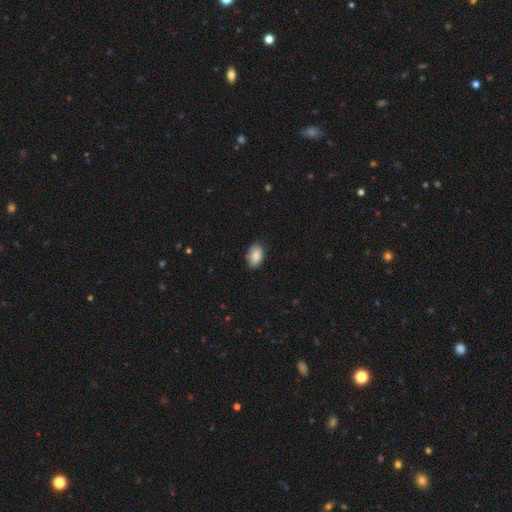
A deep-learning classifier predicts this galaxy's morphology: The model was most divided on "merging": none: 78%, minor disturbance: 18%, major disturbance: 3%, merger: 1%. More confident: how rounded — in between (90%); smooth or featured — smooth (87%).